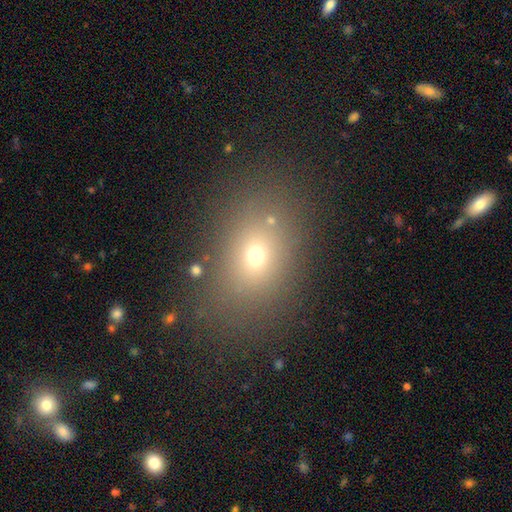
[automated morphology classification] Overall: smooth (65%). How rounded: in between (63%; round 36%). Merging: none (81%).